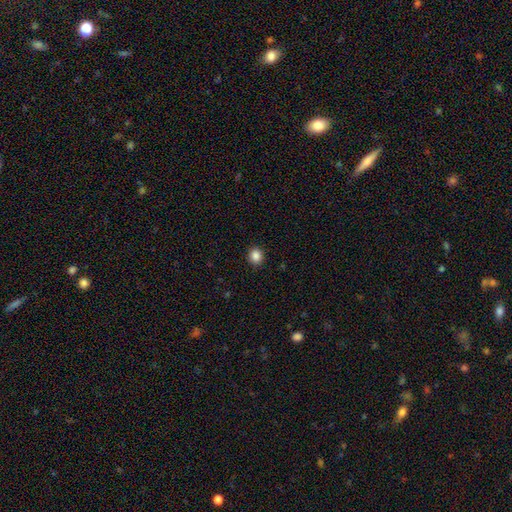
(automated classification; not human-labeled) Overall: smooth (87%). How rounded: round (80%). Merging: none (91%).